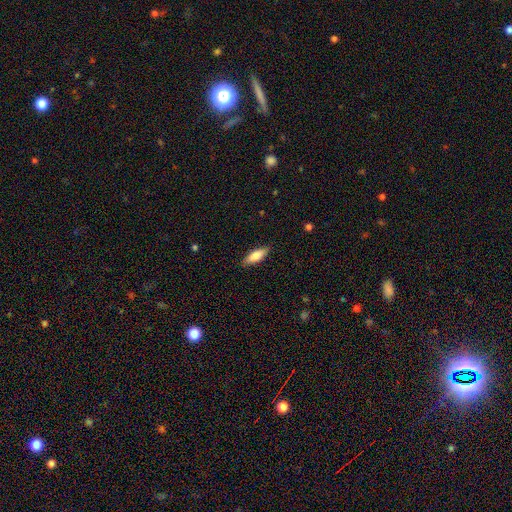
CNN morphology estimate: Smooth or featured?
  - smooth: 80% *
  - featured or disk: 15%
  - star or artifact: 6%
How rounded?
  - in between: 60% *
  - cigar-shaped: 39%
  - round: 2%
Merging?
  - none: 88% *
  - minor disturbance: 9%
  - major disturbance: 2%
  - merger: 1%